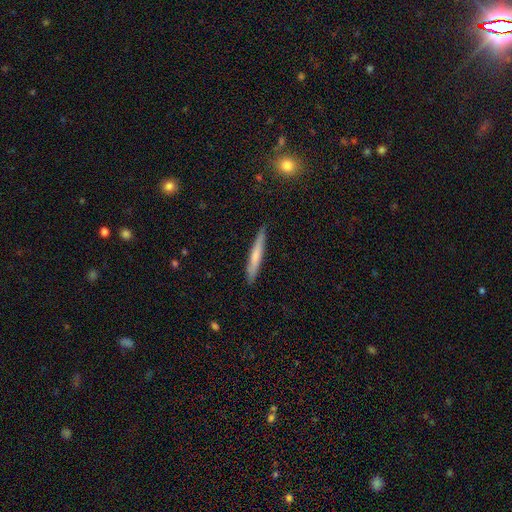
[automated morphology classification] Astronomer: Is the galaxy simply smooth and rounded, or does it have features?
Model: smooth — 62%.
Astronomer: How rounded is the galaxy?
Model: cigar-shaped — 95%.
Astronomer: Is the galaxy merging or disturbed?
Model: none — 86%.